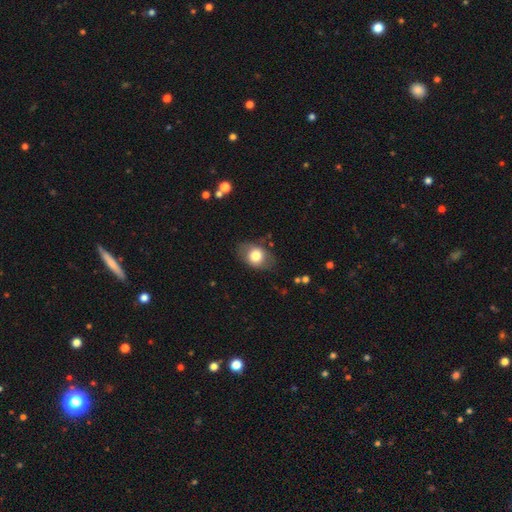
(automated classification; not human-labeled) Morphology: type=smooth (75%); roundness=in between (69%); merging=none (75%).